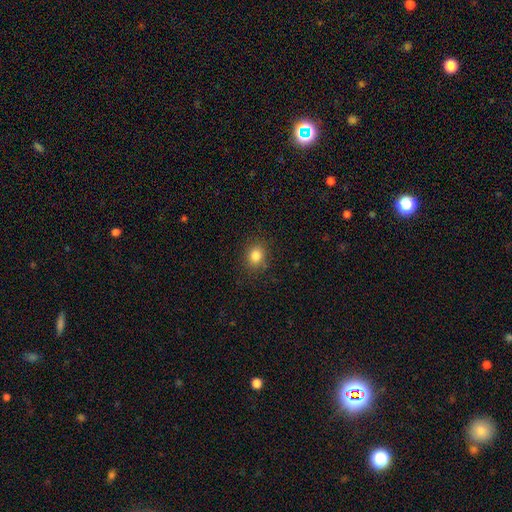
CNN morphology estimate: smooth-or-featured: smooth: 83% | star or artifact: 11% | featured or disk: 5%
  how-rounded: round: 62% | in between: 37% | cigar-shaped: 1%
  merging: none: 86% | minor disturbance: 10% | major disturbance: 3% | merger: 1%